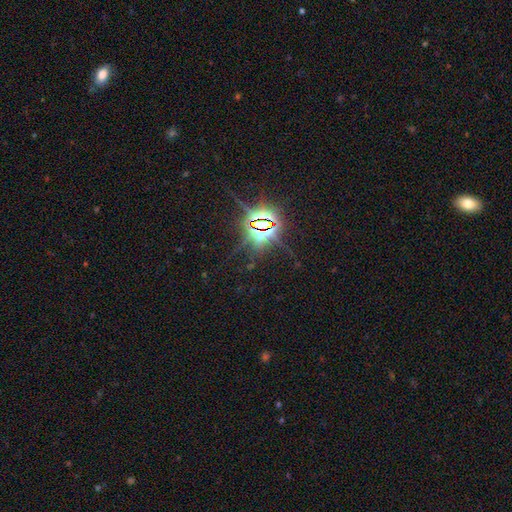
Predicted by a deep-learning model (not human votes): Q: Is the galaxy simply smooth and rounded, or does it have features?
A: star or artifact — 85%.